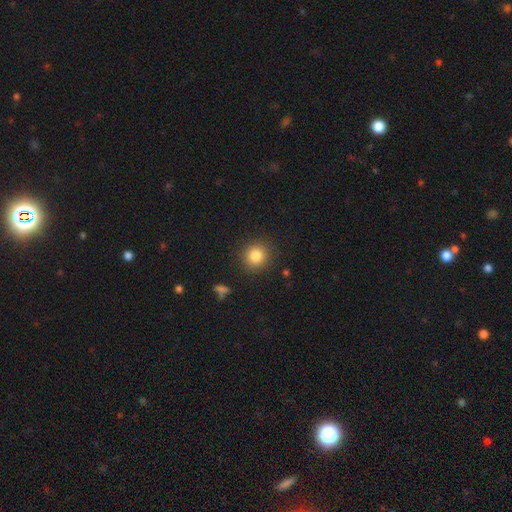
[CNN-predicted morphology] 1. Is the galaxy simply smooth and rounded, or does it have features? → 83% smooth, 11% star or artifact, 6% featured or disk.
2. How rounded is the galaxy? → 89% round, 10% in between, 1% cigar-shaped.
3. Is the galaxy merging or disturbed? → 89% none, 7% minor disturbance, 3% major disturbance, 2% merger.